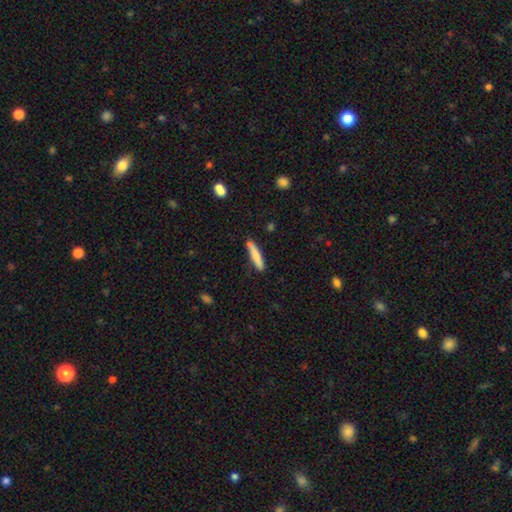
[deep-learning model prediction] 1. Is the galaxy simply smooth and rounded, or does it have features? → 74% smooth, 20% featured or disk, 6% star or artifact.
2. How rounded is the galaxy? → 90% cigar-shaped, 9% in between, 1% round.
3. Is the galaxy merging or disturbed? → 80% none, 14% minor disturbance, 4% merger, 2% major disturbance.